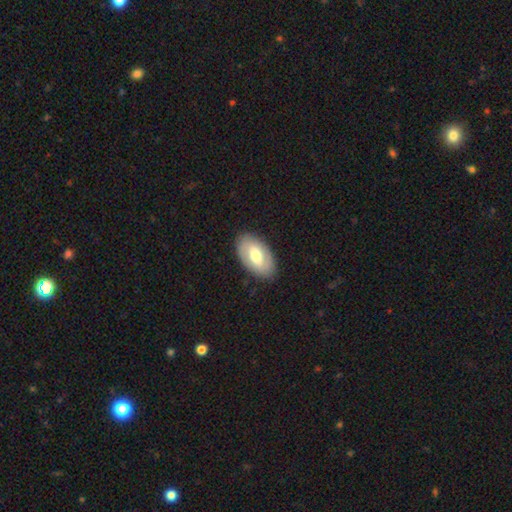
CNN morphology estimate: smooth-or-featured: smooth: 53% | featured or disk: 41% | star or artifact: 6%
  how-rounded: in between: 93% | round: 5% | cigar-shaped: 2%
  merging: none: 86% | minor disturbance: 10% | major disturbance: 3% | merger: 1%